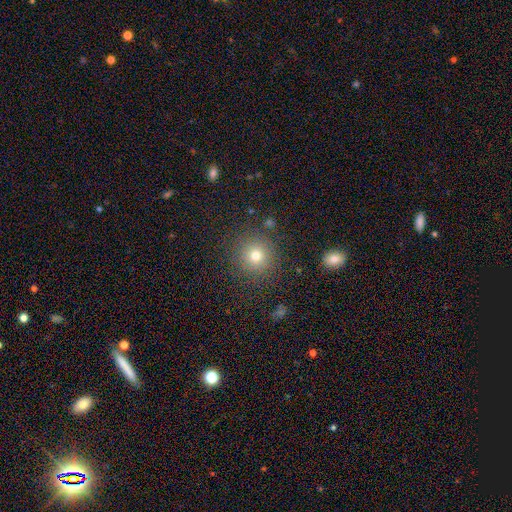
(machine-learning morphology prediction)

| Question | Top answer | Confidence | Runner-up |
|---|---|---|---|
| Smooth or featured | smooth | 74% | star or artifact (17%) |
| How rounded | round | 94% | in between (5%) |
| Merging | none | 87% | minor disturbance (7%) |